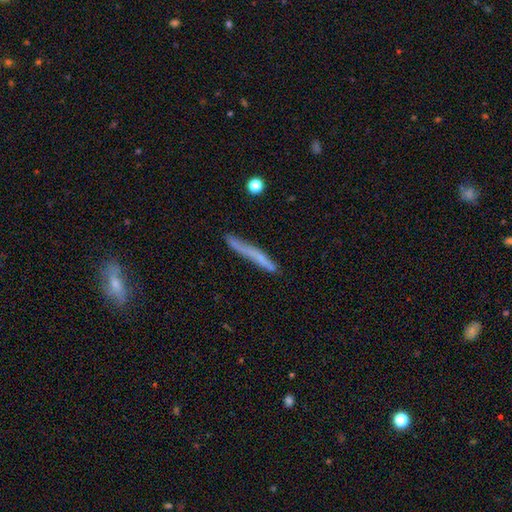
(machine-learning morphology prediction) A smooth galaxy with no disk features (57%) that is cigar-shaped (96%). Merging: none (76%).